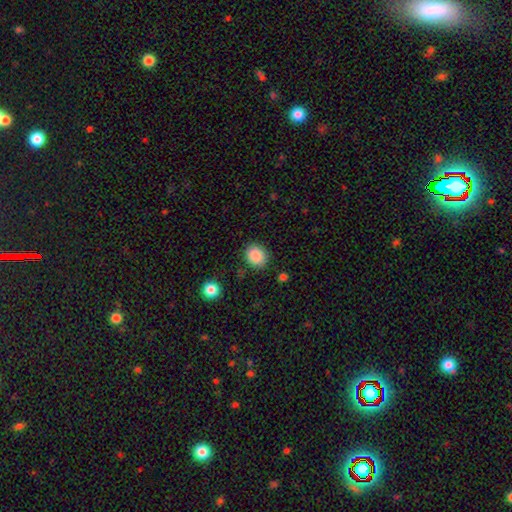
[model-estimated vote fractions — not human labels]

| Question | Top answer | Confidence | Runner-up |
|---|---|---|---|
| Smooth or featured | smooth | 87% | star or artifact (9%) |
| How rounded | round | 61% | in between (38%) |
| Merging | none | 85% | minor disturbance (10%) |